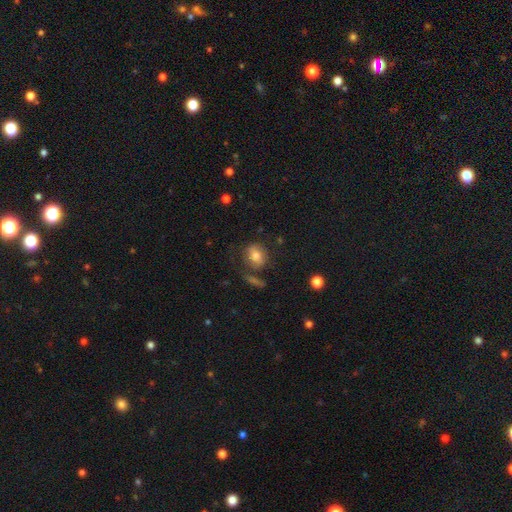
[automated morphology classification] Smooth or featured?
  - smooth: 74% *
  - featured or disk: 15%
  - star or artifact: 10%
How rounded?
  - round: 55% *
  - in between: 43%
  - cigar-shaped: 2%
Merging?
  - none: 70% *
  - minor disturbance: 16%
  - merger: 8%
  - major disturbance: 6%